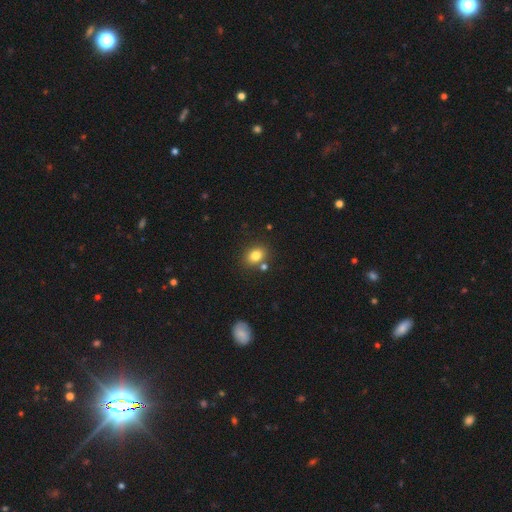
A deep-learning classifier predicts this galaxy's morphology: A smooth galaxy with no disk features (81%) that is in between round and cigar-shaped (64%). Merging: none (76%).